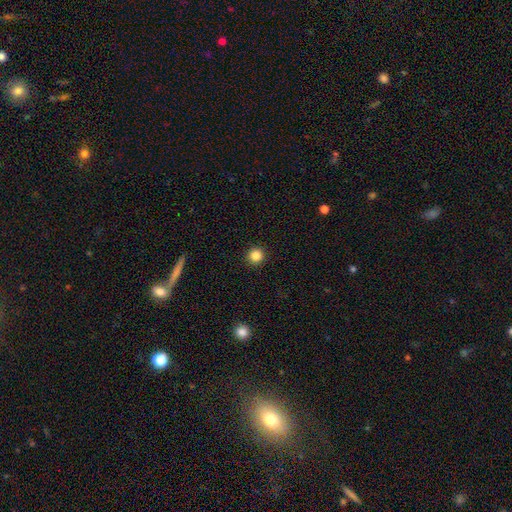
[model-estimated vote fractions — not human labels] smooth 85%, star or artifact 11%, featured or disk 4%. Down the decision tree: how rounded — round (95%); merging — none (93%).